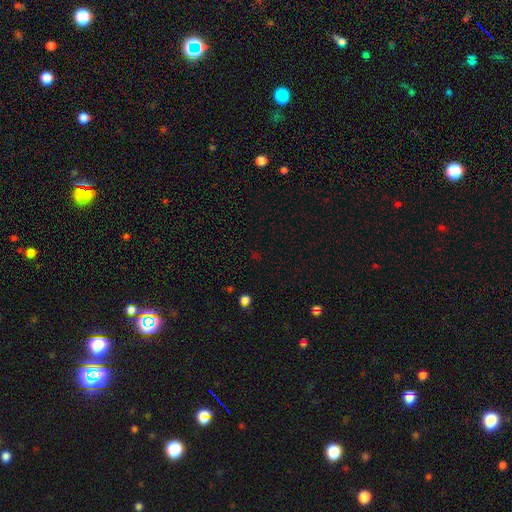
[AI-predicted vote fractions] Morphology: type=star or artifact (62%).